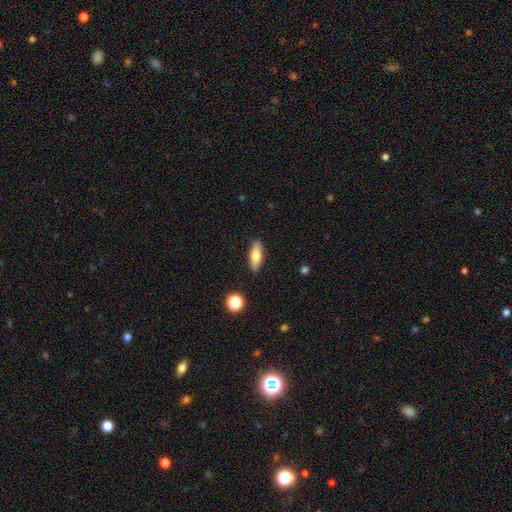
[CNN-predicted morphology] Smooth or featured? Predicted: smooth (p=0.74). How rounded? Predicted: in between (p=0.65). Merging? Predicted: none (p=0.88).